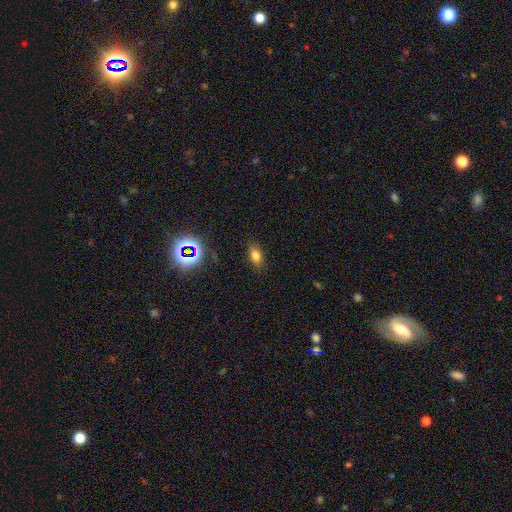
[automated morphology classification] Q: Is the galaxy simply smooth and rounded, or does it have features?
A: smooth — 73%.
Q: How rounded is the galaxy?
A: in between — 83%.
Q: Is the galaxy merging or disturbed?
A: none — 84%.